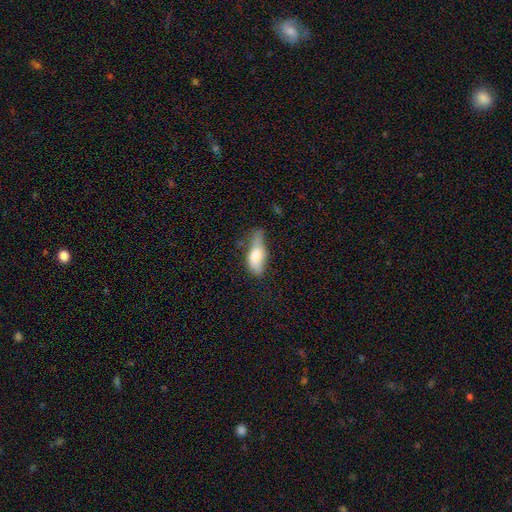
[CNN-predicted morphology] Q: Smooth or featured?
A: smooth (71%); runner-up: featured or disk (22%)
Q: How rounded?
A: in between (74%); runner-up: cigar-shaped (22%)
Q: Merging?
A: minor disturbance (39%); runner-up: none (29%)